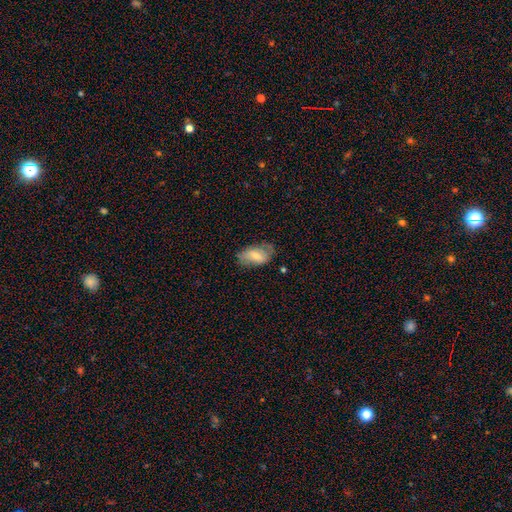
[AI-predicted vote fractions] smooth_or_featured: smooth (p=0.62) [alt: featured or disk p=0.31]
how_rounded: in between (p=0.92) [alt: round p=0.05]
merging: none (p=0.64) [alt: minor disturbance p=0.26]